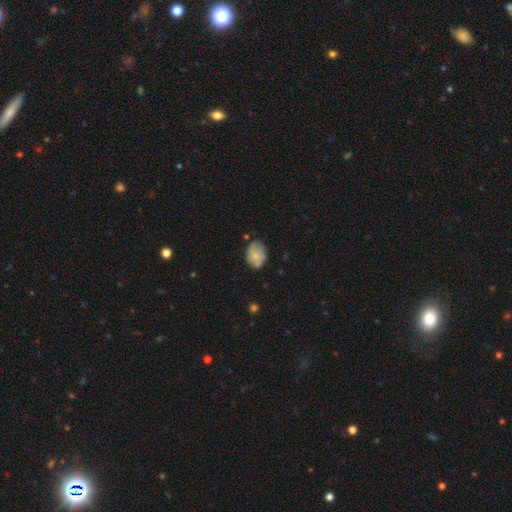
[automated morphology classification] This is likely a smooth galaxy (75%). How rounded: likely in between (74%). Merging: likely none (69%).